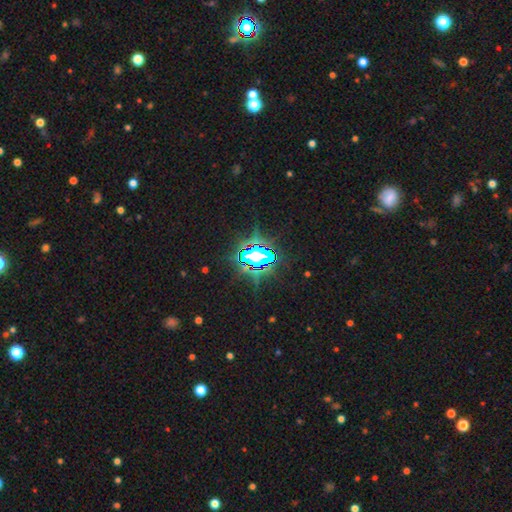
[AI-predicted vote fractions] A star or artifact, not a galaxy (74%).